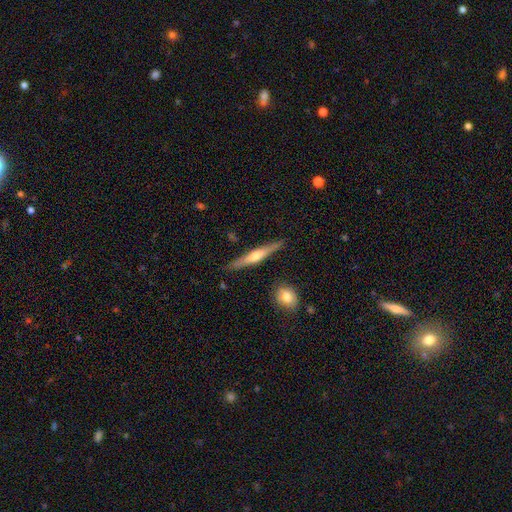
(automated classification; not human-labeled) smooth_or_featured: featured or disk (p=0.65) [alt: smooth p=0.29]
disk_edge_on: yes (p=0.96) [alt: no p=0.04]
edge_on_bulge: rounded (p=0.89) [alt: none p=0.07]
merging: none (p=0.87) [alt: minor disturbance p=0.09]